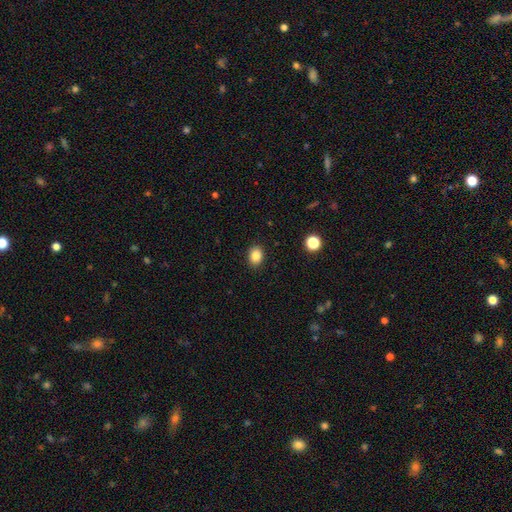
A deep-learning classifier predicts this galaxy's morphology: The model was most divided on "how rounded": in between: 62%, round: 37%, cigar-shaped: 1%. More confident: merging — none (89%); smooth or featured — smooth (85%).